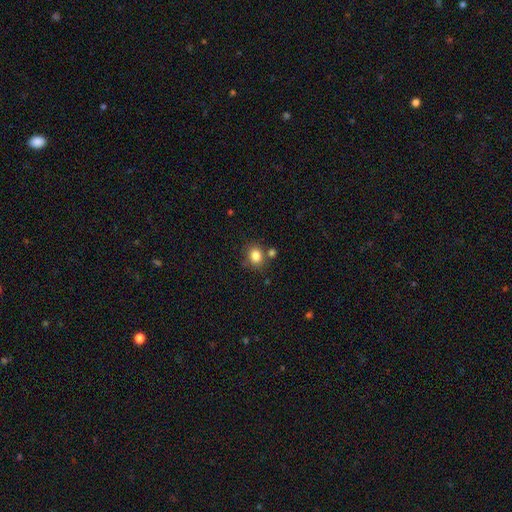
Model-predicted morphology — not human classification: Q: Smooth or featured?
A: smooth (83%); runner-up: star or artifact (11%)
Q: How rounded?
A: round (62%); runner-up: in between (37%)
Q: Merging?
A: none (72%); runner-up: minor disturbance (12%)